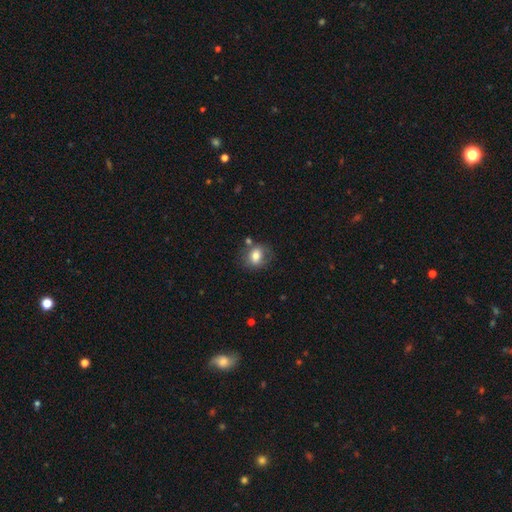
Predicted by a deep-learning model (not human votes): Morphology: type=smooth (72%); roundness=in between (49%, tied with round); merging=none (63%).